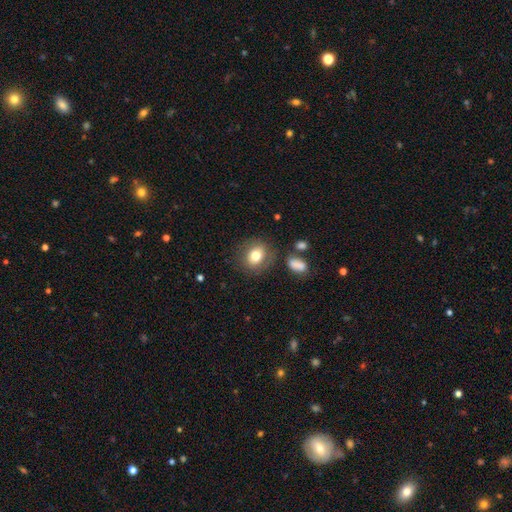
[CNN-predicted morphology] type=smooth (76%); roundness=round (59%); merging=none (79%).